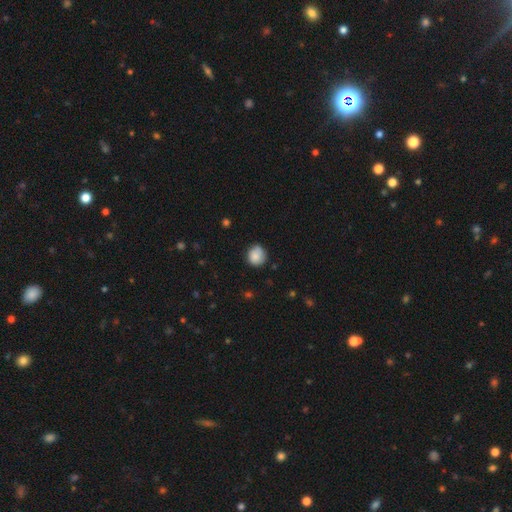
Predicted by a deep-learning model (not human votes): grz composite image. It shows a smooth galaxy with no disk features (83%) that is round (85%). Merging: none (73%).